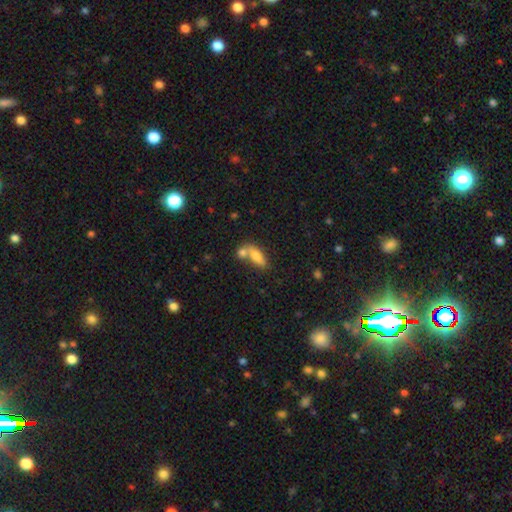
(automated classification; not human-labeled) This appears to be a smooth galaxy with no disk features (79%) that is in between round and cigar-shaped (72%). Merging: merger (44%).